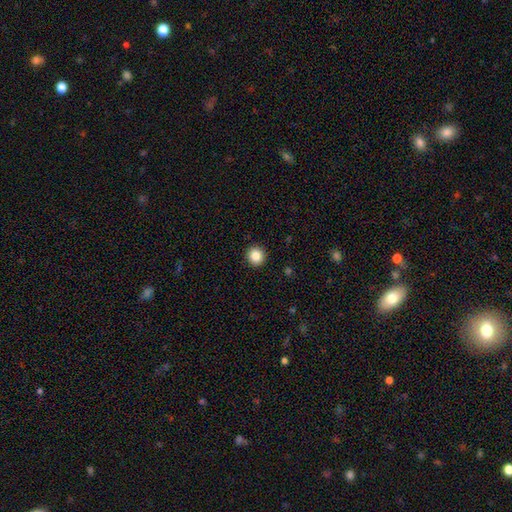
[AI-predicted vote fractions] smooth_or_featured: smooth (p=0.86) [alt: star or artifact p=0.10]
how_rounded: round (p=0.94) [alt: in between p=0.05]
merging: none (p=0.93) [alt: minor disturbance p=0.05]